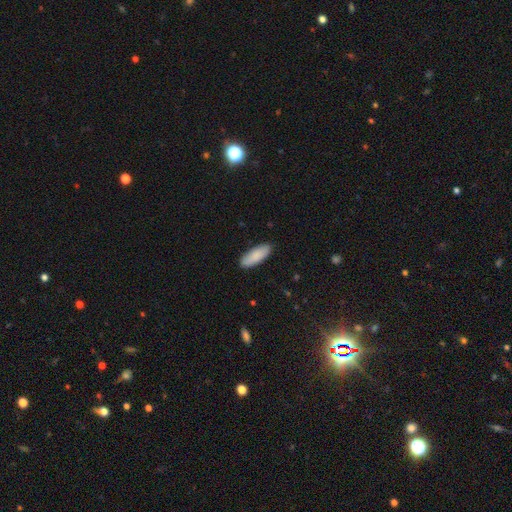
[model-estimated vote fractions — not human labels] This appears to be a smooth galaxy with no disk features (87%) that is in between round and cigar-shaped (71%). Merging: none (88%).